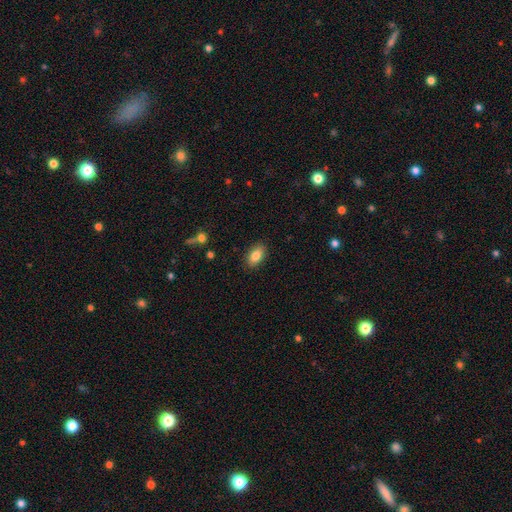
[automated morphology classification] Smooth or featured? Predicted: smooth (p=0.85). How rounded? Predicted: in between (p=0.91). Merging? Predicted: none (p=0.88).